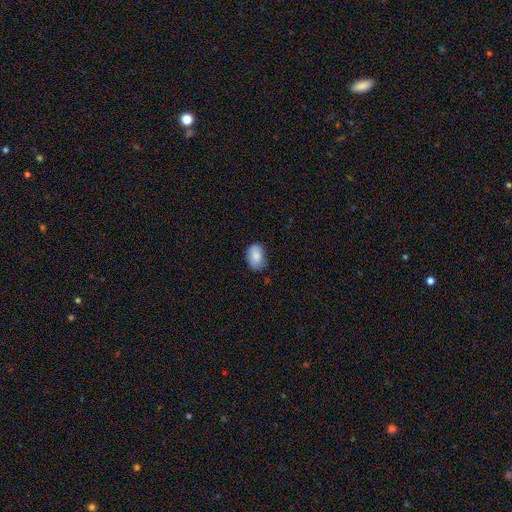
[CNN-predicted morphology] smooth_or_featured: smooth (p=0.85) [alt: featured or disk p=0.08]
how_rounded: in between (p=0.84) [alt: round p=0.14]
merging: none (p=0.73) [alt: minor disturbance p=0.22]